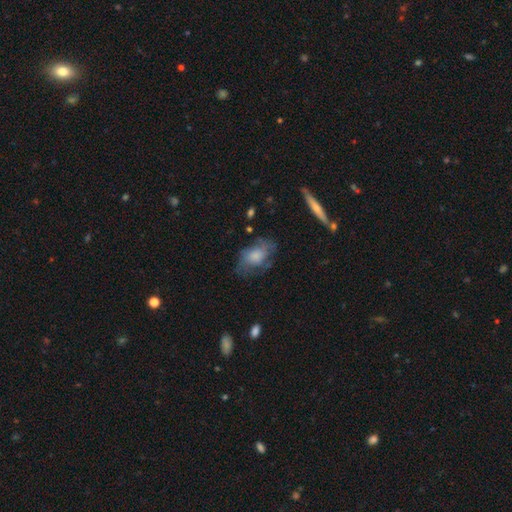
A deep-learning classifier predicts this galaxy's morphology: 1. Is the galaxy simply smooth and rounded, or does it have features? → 63% smooth, 29% featured or disk, 8% star or artifact.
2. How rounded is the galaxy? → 84% in between, 14% round, 2% cigar-shaped.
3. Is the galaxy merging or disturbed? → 50% none, 28% minor disturbance, 20% major disturbance, 2% merger.